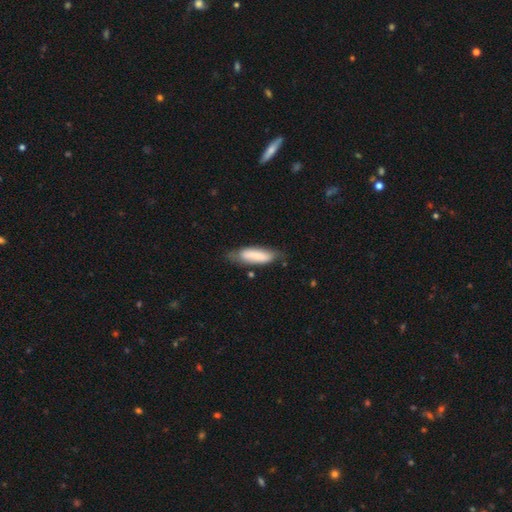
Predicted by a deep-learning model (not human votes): smooth_or_featured: smooth (p=0.70) [alt: featured or disk p=0.23]
how_rounded: in between (p=0.51) [alt: cigar-shaped p=0.48]
merging: none (p=0.61) [alt: minor disturbance p=0.28]